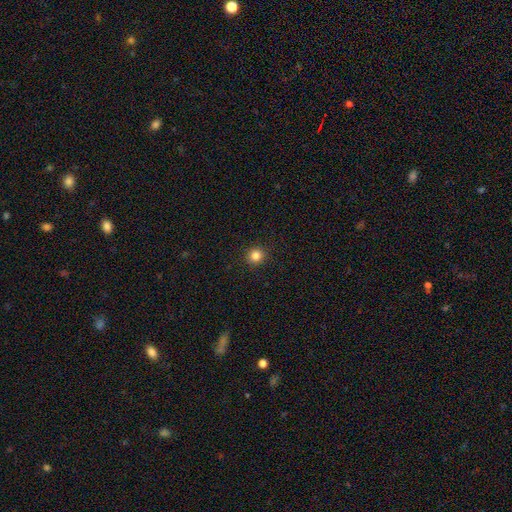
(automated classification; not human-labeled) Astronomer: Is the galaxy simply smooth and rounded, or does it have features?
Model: smooth — 83%.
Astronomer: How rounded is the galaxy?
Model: round — 94%.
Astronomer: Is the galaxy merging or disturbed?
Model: none — 93%.